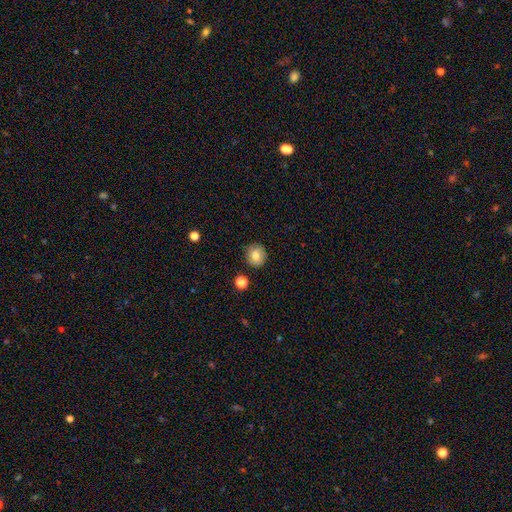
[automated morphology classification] smooth 81%, star or artifact 10%, featured or disk 9%. Down the decision tree: how rounded — round (84%); merging — none (84%).